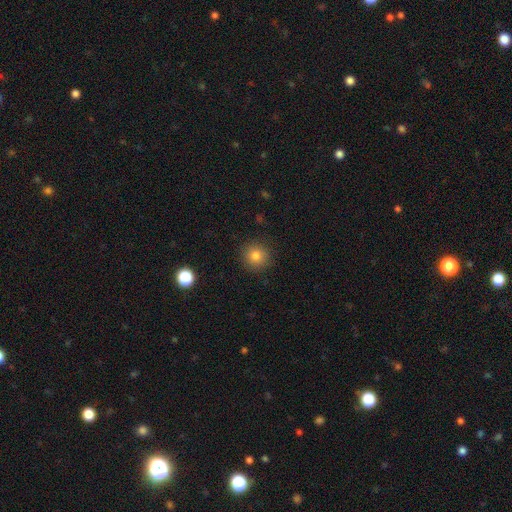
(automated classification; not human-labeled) smooth_or_featured: smooth (p=0.81) [alt: star or artifact p=0.12]
how_rounded: round (p=0.94) [alt: in between p=0.05]
merging: none (p=0.91) [alt: minor disturbance p=0.06]